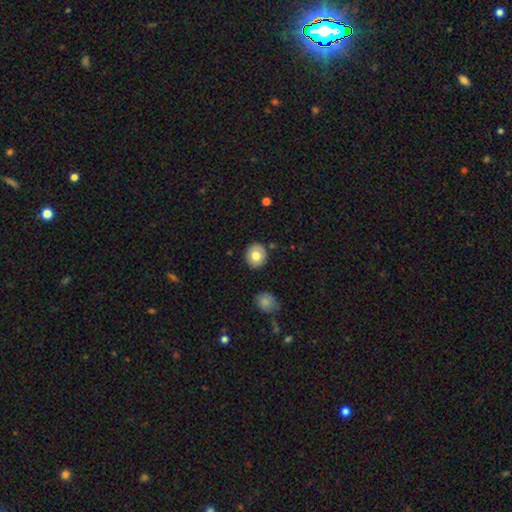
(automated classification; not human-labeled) Morphology: type=smooth (78%); roundness=round (82%); merging=none (87%).